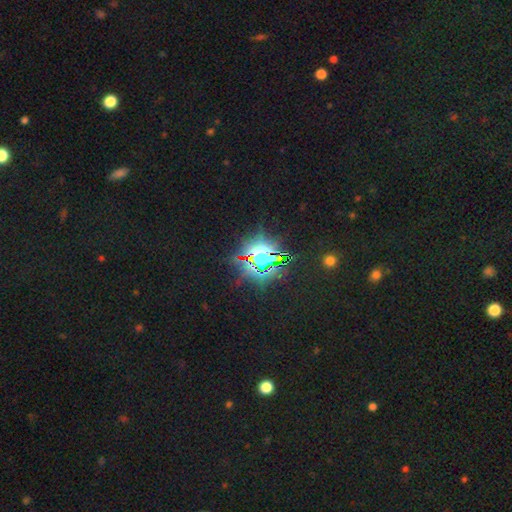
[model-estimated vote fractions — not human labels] Smooth or featured?
  - star or artifact: 79% *
  - smooth: 12%
  - featured or disk: 9%